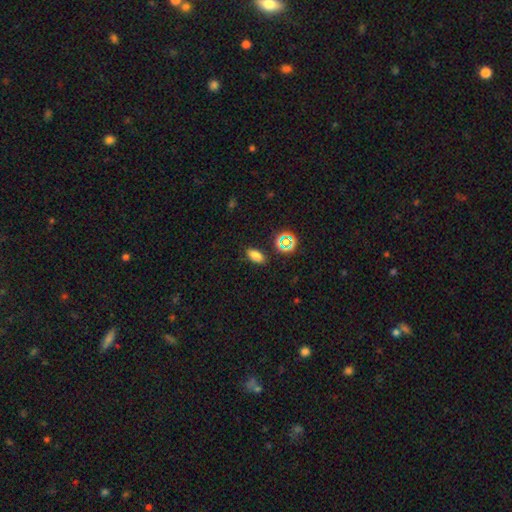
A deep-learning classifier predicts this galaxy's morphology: This is likely a smooth galaxy (76%). How rounded: clearly in between (86%). Merging: clearly none (85%).